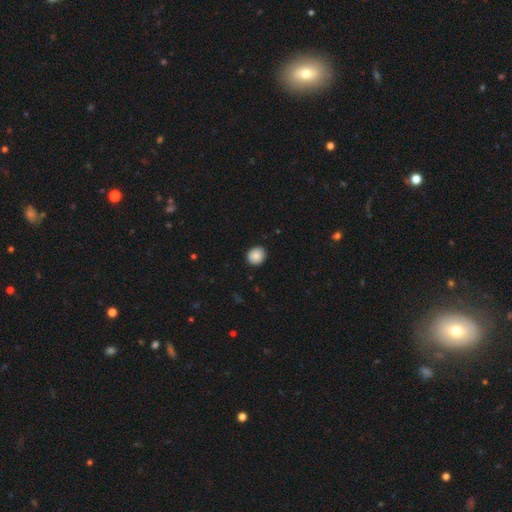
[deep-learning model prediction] This is clearly a smooth galaxy (89%). How rounded: clearly round (81%). Merging: clearly none (91%).